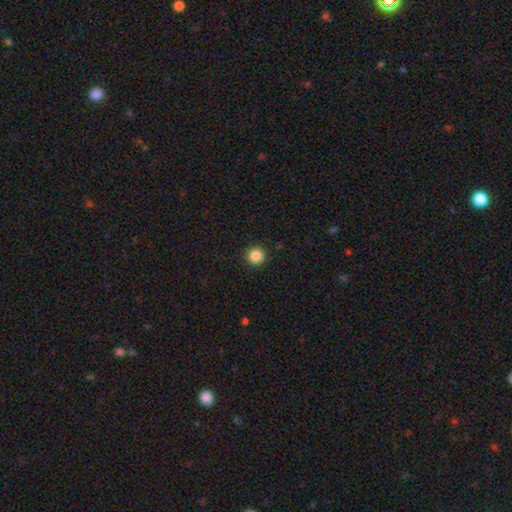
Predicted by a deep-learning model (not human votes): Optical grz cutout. It shows a smooth galaxy with no disk features (86%) that is round (96%). Merging: none (93%).